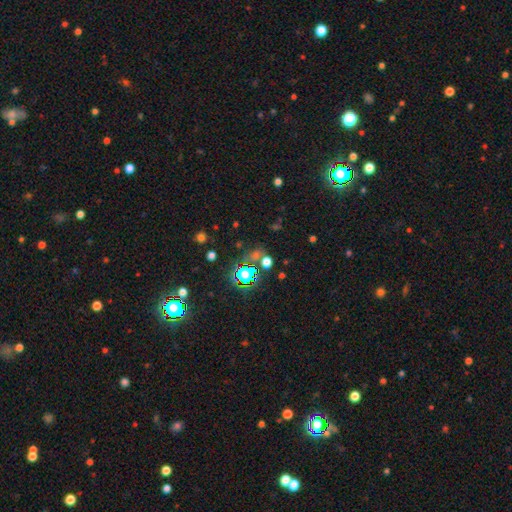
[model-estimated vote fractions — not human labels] Smooth or featured? Predicted: star or artifact (p=0.64).